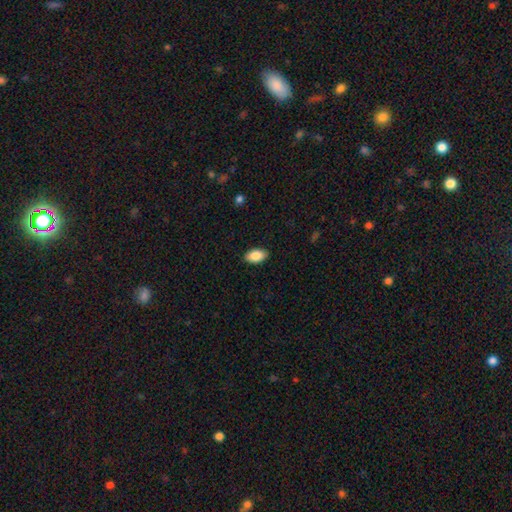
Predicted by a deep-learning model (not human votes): Smooth or featured?
  - smooth: 86% *
  - star or artifact: 7%
  - featured or disk: 6%
How rounded?
  - in between: 93% *
  - round: 5%
  - cigar-shaped: 2%
Merging?
  - none: 89% *
  - minor disturbance: 8%
  - major disturbance: 2%
  - merger: 1%